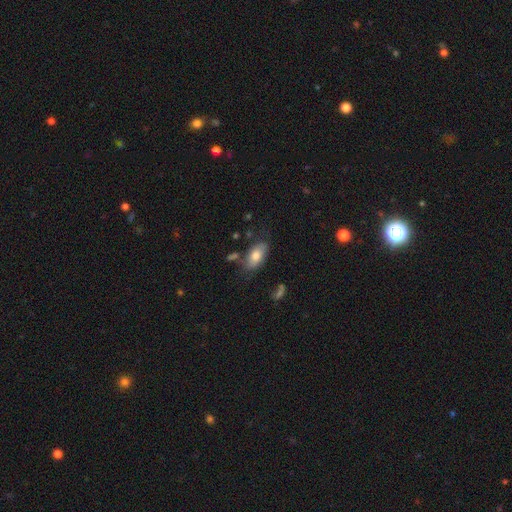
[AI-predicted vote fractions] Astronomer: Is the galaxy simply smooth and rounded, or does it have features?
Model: smooth — 72%.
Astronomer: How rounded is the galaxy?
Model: in between — 92%.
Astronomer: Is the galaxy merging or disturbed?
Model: none — 70%.